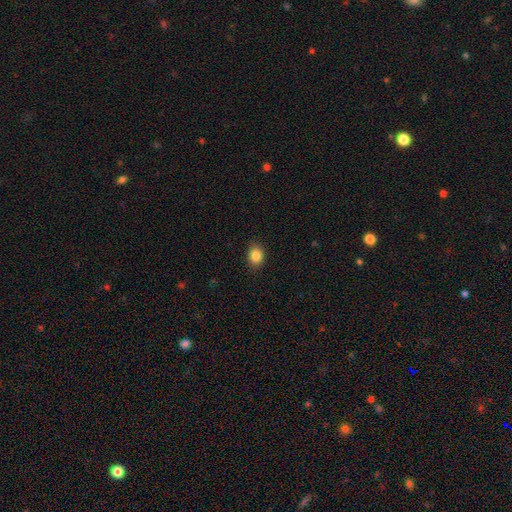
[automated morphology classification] Smooth or featured? Predicted: smooth (p=0.85). How rounded? Predicted: in between (p=0.57). Merging? Predicted: none (p=0.86).